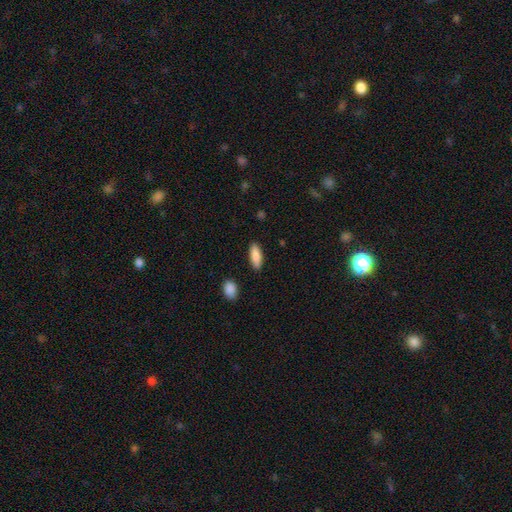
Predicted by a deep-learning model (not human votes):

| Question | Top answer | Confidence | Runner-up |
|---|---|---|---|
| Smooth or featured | smooth | 87% | featured or disk (7%) |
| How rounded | in between | 67% | cigar-shaped (32%) |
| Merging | none | 88% | minor disturbance (9%) |